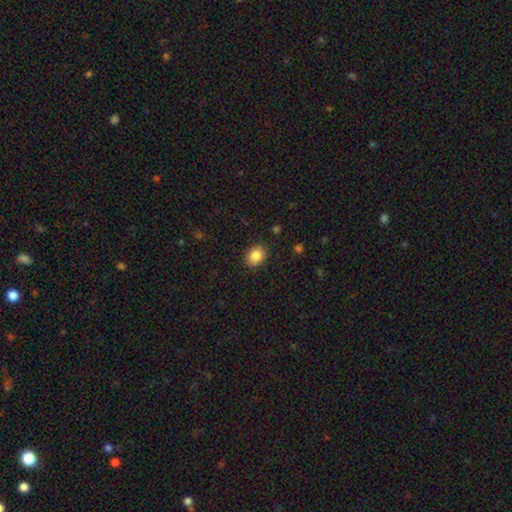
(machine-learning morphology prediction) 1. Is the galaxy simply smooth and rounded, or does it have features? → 86% smooth, 9% star or artifact, 5% featured or disk.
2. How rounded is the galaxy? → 51% round, 48% in between, 1% cigar-shaped.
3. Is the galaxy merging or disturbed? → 89% none, 8% minor disturbance, 2% major disturbance, 1% merger.